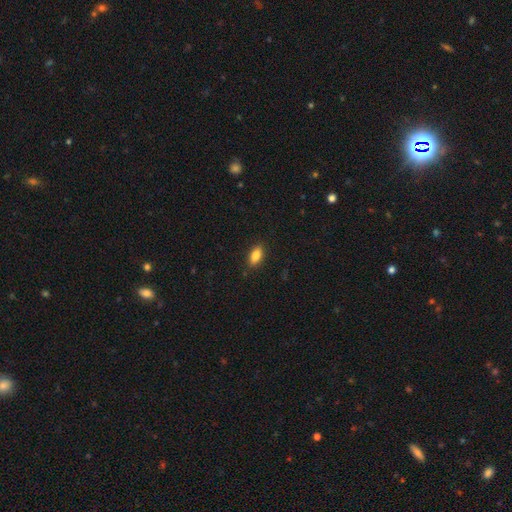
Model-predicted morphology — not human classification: Smooth or featured? smooth (84%)
How rounded? in between (88%)
Merging? none (88%)